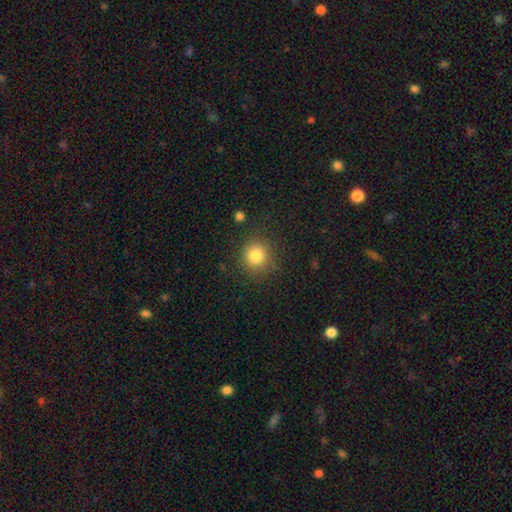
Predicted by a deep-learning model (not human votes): The model was most divided on "smooth or featured": smooth: 82%, star or artifact: 12%, featured or disk: 6%. More confident: how rounded — round (91%); merging — none (84%).